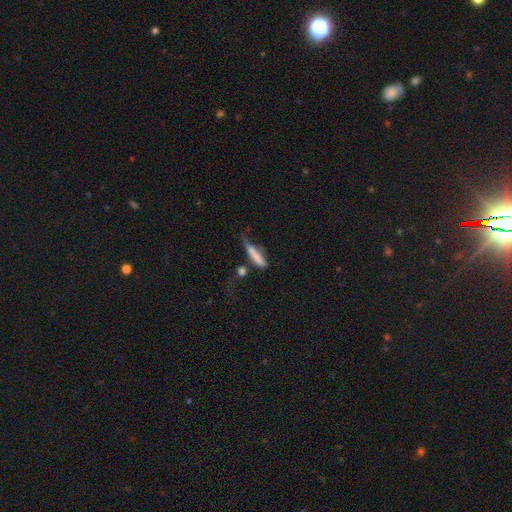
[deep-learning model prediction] Smooth or featured? Predicted: smooth (p=0.71). How rounded? Predicted: cigar-shaped (p=0.78). Merging? Predicted: none (p=0.35).